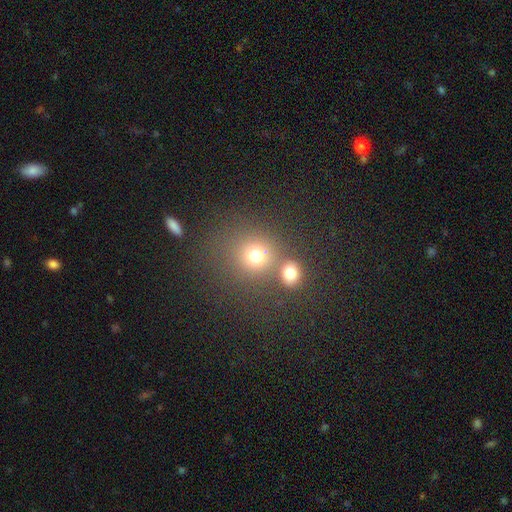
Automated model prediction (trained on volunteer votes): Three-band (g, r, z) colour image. It shows a smooth galaxy with no disk features (72%) that is round (83%). Merging: none (57%).